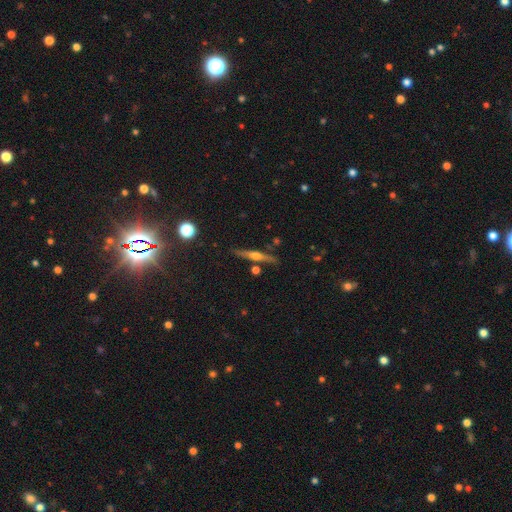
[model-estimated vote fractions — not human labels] A featured or disk galaxy (71%) viewed edge-on (97%) with a rounded central bulge (88%). Merging: none (84%).